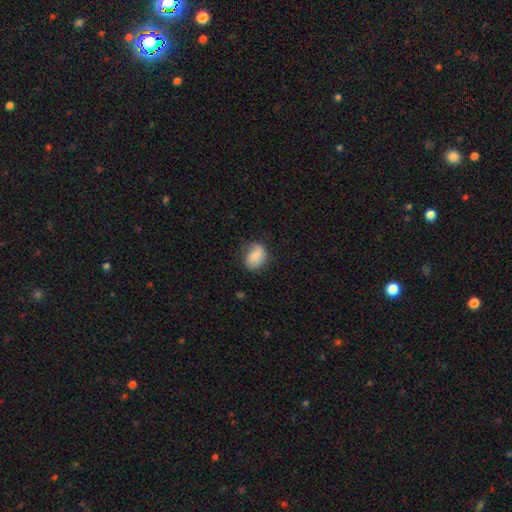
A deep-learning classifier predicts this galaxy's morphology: A smooth galaxy with no disk features (78%) that is in between round and cigar-shaped (62%). Merging: none (67%).